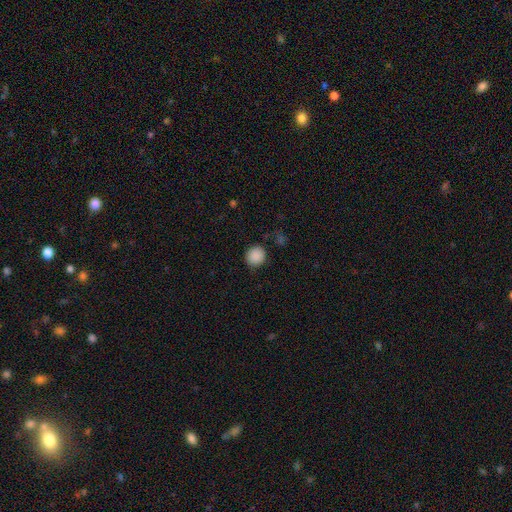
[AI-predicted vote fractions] smooth 88%, star or artifact 9%, featured or disk 3%. Down the decision tree: how rounded — round (90%); merging — none (88%).